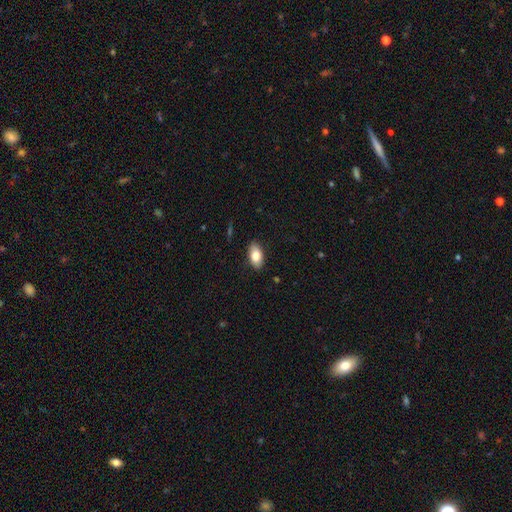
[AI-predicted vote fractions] smooth 83%, featured or disk 11%, star or artifact 7%. Down the decision tree: how rounded — in between (92%); merging — none (87%).